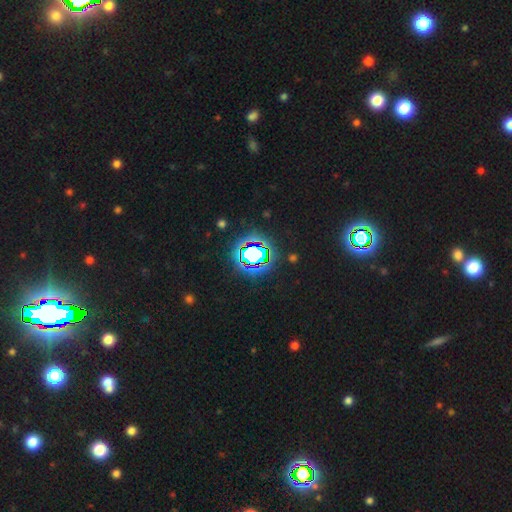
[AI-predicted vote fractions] Overall: star or artifact (70%).